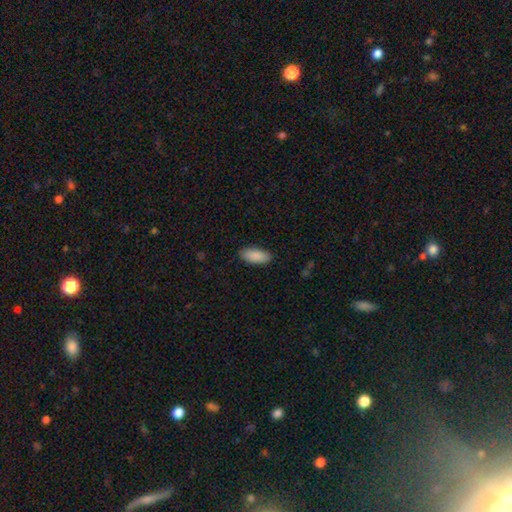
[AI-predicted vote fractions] Q: Smooth or featured?
A: smooth (90%); runner-up: star or artifact (6%)
Q: How rounded?
A: in between (85%); runner-up: cigar-shaped (14%)
Q: Merging?
A: none (88%); runner-up: minor disturbance (9%)